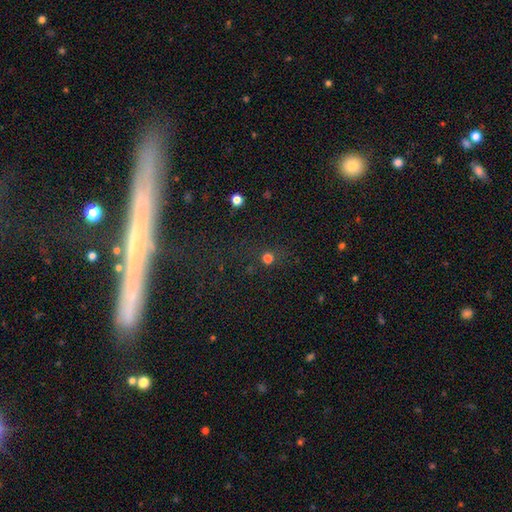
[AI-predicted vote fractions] Smooth or featured: featured or disk — 42% (smooth — 34%)
Merging: none — 80% (minor disturbance — 12%)